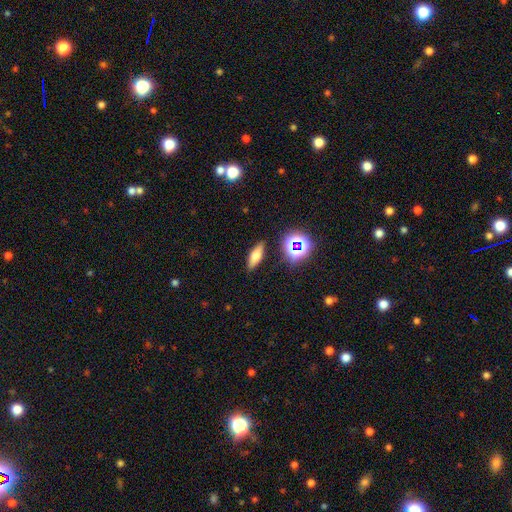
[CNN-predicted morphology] smooth-or-featured: smooth: 60% | featured or disk: 25% | star or artifact: 15%
  how-rounded: in between: 56% | cigar-shaped: 37% | round: 7%
  merging: none: 86% | minor disturbance: 9% | major disturbance: 3% | merger: 2%